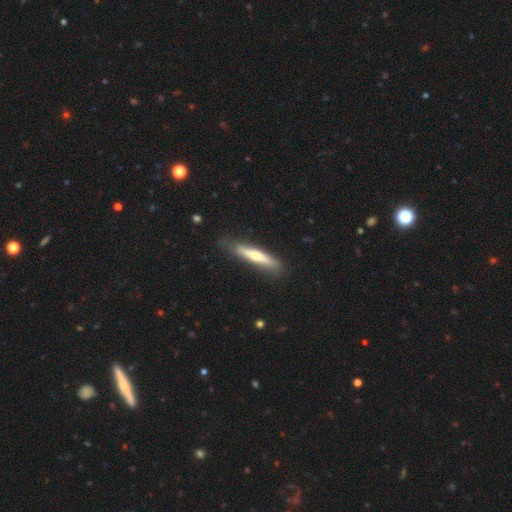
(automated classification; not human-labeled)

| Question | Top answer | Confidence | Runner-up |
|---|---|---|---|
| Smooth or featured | smooth | 50% | featured or disk (44%) |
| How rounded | cigar-shaped | 89% | in between (10%) |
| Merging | none | 81% | minor disturbance (15%) |